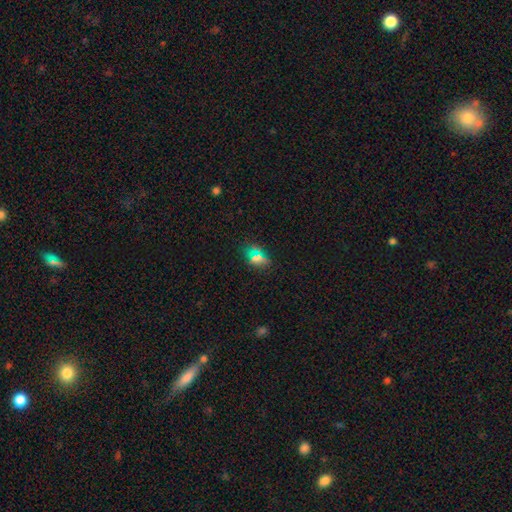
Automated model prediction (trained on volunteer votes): smooth_or_featured: smooth (p=0.62) [alt: star or artifact p=0.28]
how_rounded: in between (p=0.60) [alt: round p=0.34]
merging: none (p=0.83) [alt: minor disturbance p=0.10]